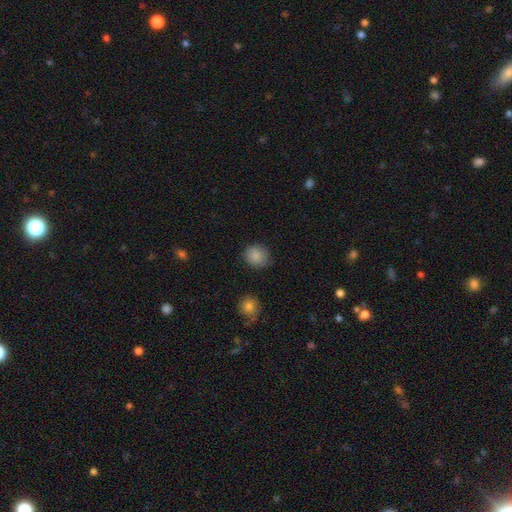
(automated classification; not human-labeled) Smooth or featured?
  - smooth: 86% *
  - star or artifact: 9%
  - featured or disk: 5%
How rounded?
  - round: 81% *
  - in between: 18%
  - cigar-shaped: 1%
Merging?
  - none: 82% *
  - minor disturbance: 13%
  - major disturbance: 3%
  - merger: 2%